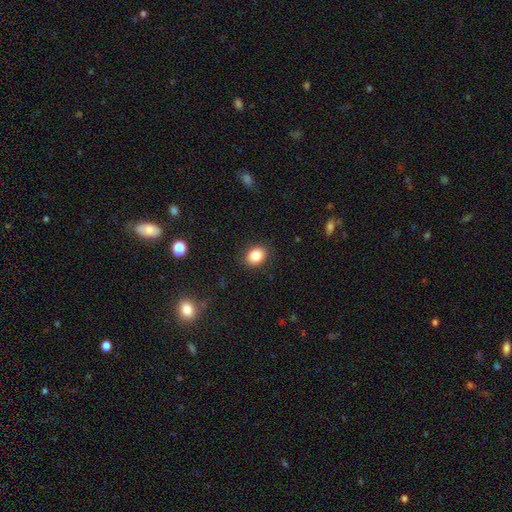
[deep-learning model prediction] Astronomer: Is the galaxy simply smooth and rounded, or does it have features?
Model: smooth — 85%.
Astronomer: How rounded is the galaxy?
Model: in between — 56% (runner-up: round, 43%).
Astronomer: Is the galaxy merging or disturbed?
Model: none — 88%.